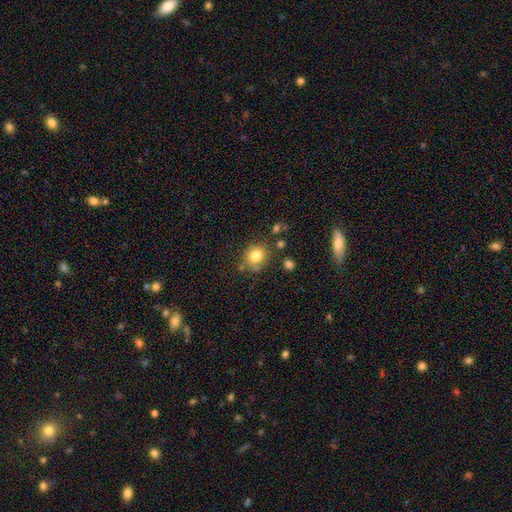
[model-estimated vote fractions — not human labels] Smooth or featured? smooth (79%)
How rounded? round (83%)
Merging? none (74%)